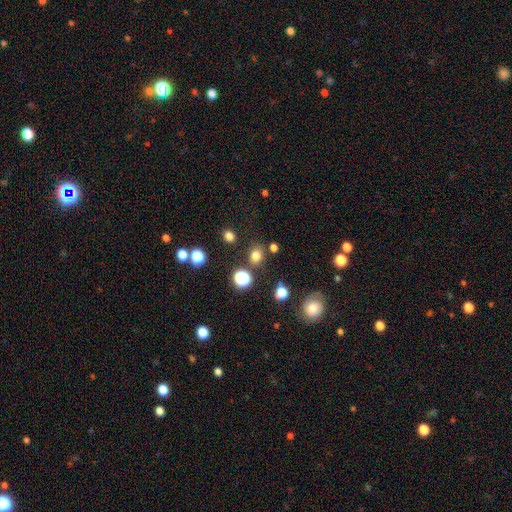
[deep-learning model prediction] Smooth or featured? Predicted: smooth (p=0.75). How rounded? Predicted: round (p=0.69). Merging? Predicted: none (p=0.81).